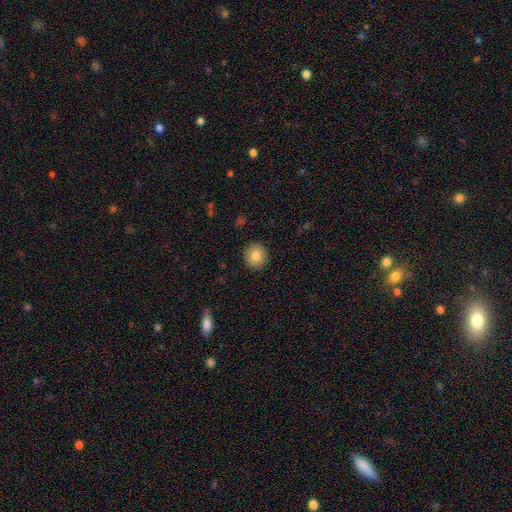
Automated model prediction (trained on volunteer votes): smooth-or-featured: smooth: 85% | star or artifact: 8% | featured or disk: 6%
  how-rounded: round: 84% | in between: 15% | cigar-shaped: 1%
  merging: none: 91% | minor disturbance: 6% | major disturbance: 2% | merger: 1%